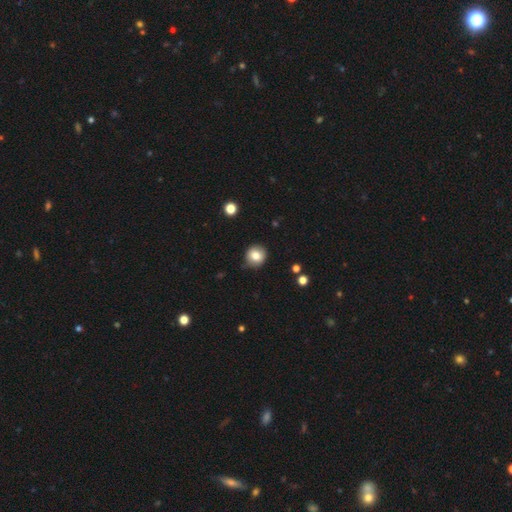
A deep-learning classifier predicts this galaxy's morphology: A smooth galaxy with no disk features (80%) that is round (88%).

Vote fractions:
- Smooth or featured? smooth: 80% / star or artifact: 10% / featured or disk: 10%
- How rounded? round: 88% / in between: 11% / cigar-shaped: 1%
- Merging? none: 82% / minor disturbance: 14% / major disturbance: 3% / merger: 2%